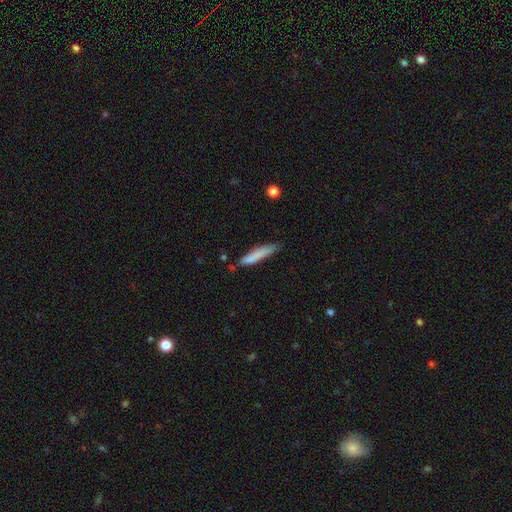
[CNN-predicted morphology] Smooth or featured: smooth — 79% (featured or disk — 15%)
How rounded: cigar-shaped — 89% (in between — 10%)
Merging: none — 69% (minor disturbance — 22%)